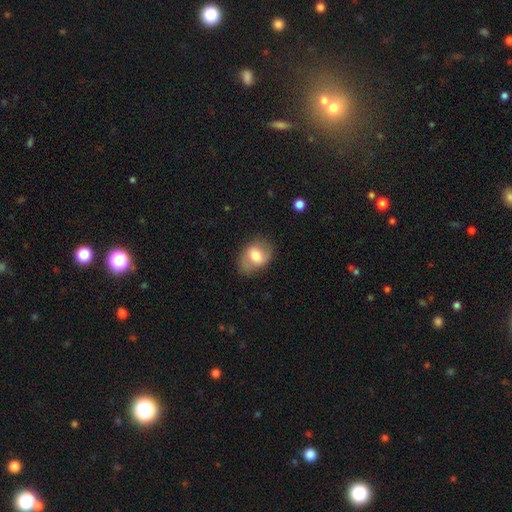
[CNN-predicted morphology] A smooth galaxy with no disk features (63%) that is in between round and cigar-shaped (73%).

Vote fractions:
- Smooth or featured? smooth: 63% / featured or disk: 30% / star or artifact: 7%
- How rounded? in between: 73% / round: 26% / cigar-shaped: 1%
- Merging? none: 69% / minor disturbance: 21% / major disturbance: 8% / merger: 1%